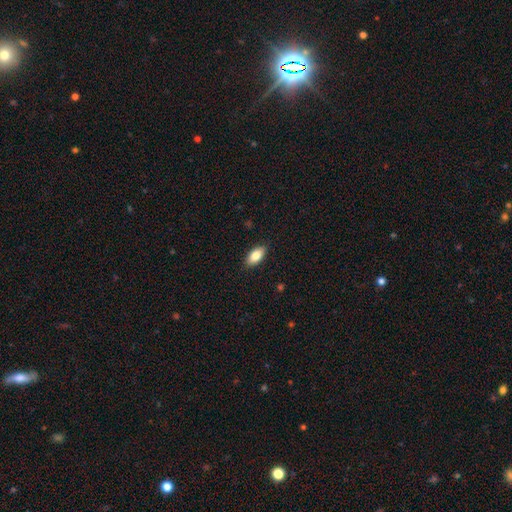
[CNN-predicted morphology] smooth_or_featured: smooth (p=0.83) [alt: featured or disk p=0.10]
how_rounded: in between (p=0.90) [alt: cigar-shaped p=0.07]
merging: none (p=0.89) [alt: minor disturbance p=0.09]